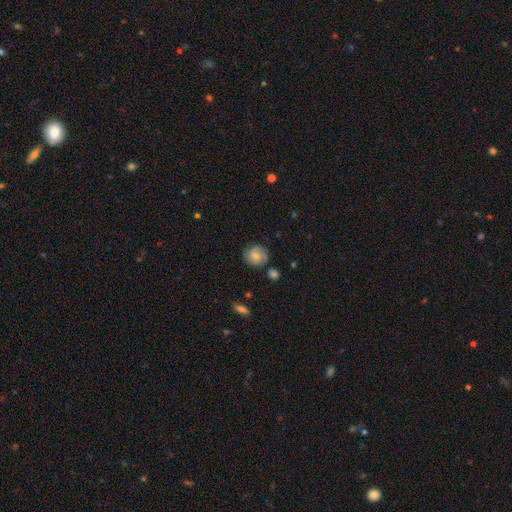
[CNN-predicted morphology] Smooth or featured?
  - smooth: 68% *
  - featured or disk: 24%
  - star or artifact: 8%
How rounded?
  - round: 85% *
  - in between: 14%
  - cigar-shaped: 1%
Merging?
  - none: 77% *
  - minor disturbance: 16%
  - major disturbance: 4%
  - merger: 4%